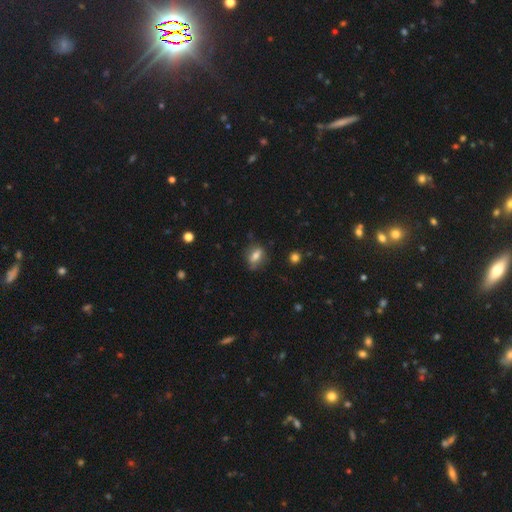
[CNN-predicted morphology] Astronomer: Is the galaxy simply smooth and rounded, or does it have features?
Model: smooth — 71%.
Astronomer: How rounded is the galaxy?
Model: in between — 73%.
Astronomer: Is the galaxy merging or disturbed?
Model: none — 71%.